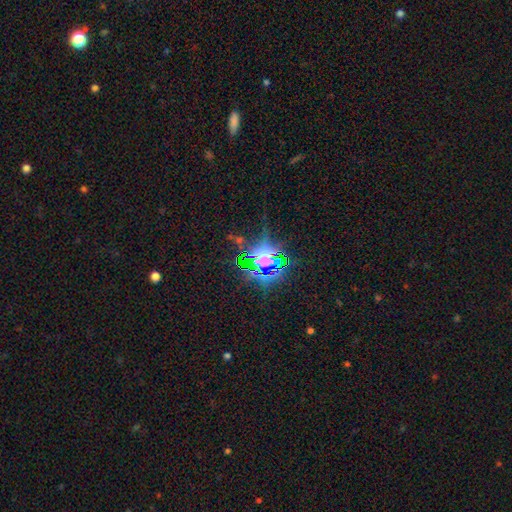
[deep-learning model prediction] Q: Smooth or featured?
A: star or artifact (82%); runner-up: smooth (10%)